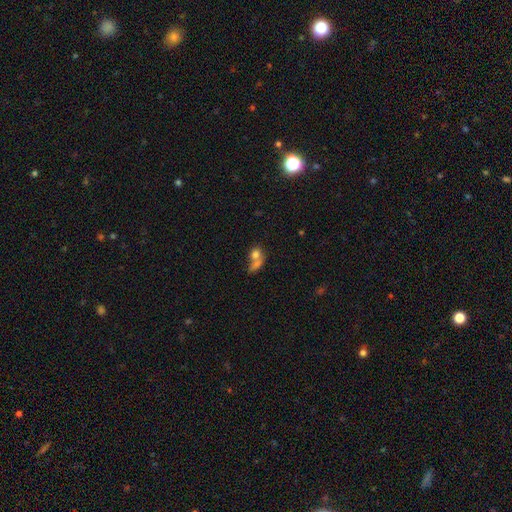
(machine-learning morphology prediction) The model was most divided on "how rounded": round: 50%, in between: 45%, cigar-shaped: 5%. More confident: smooth or featured — smooth (69%); merging — merger (61%).